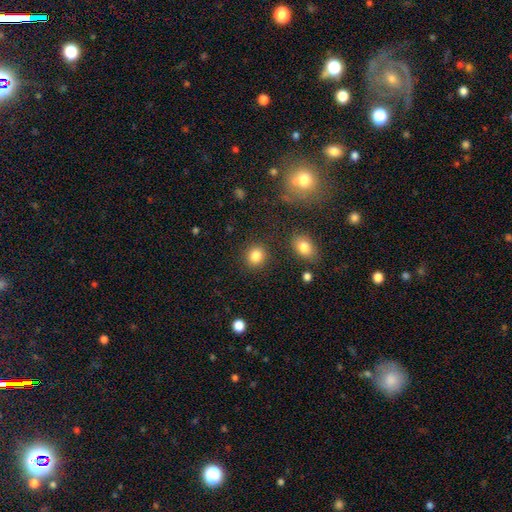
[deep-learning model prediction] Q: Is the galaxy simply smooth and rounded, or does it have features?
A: smooth — 85%.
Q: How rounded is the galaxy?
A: round — 82%.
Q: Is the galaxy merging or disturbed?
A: none — 88%.